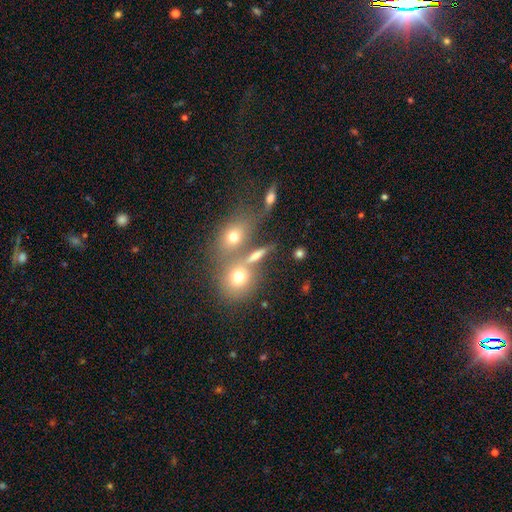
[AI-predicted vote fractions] Morphology: type=smooth (65%); roundness=round (42%); merging=none (49%).